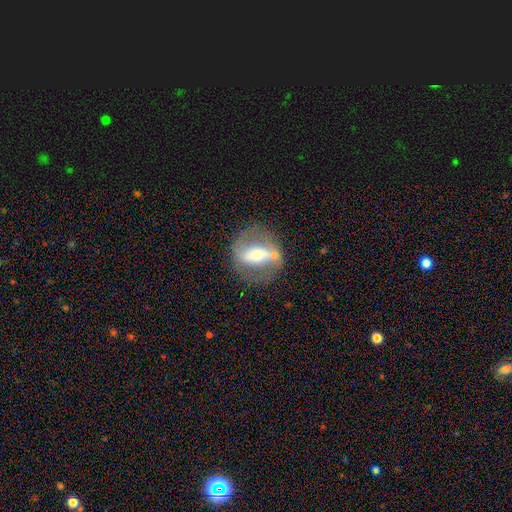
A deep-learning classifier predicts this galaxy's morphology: type=featured or disk (75%); edge-on=no (88%); bar=strong (64%); spiral arms=yes (61%); bulge=moderate (54%); merging=none (73%).